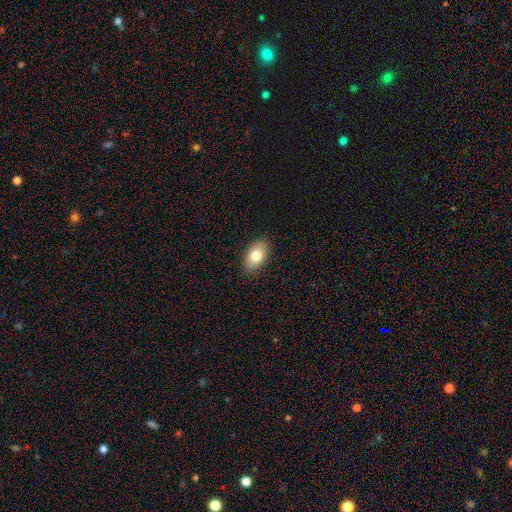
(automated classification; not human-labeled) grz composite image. It shows a smooth galaxy with no disk features (79%) that is in between round and cigar-shaped (91%). Merging: none (88%).